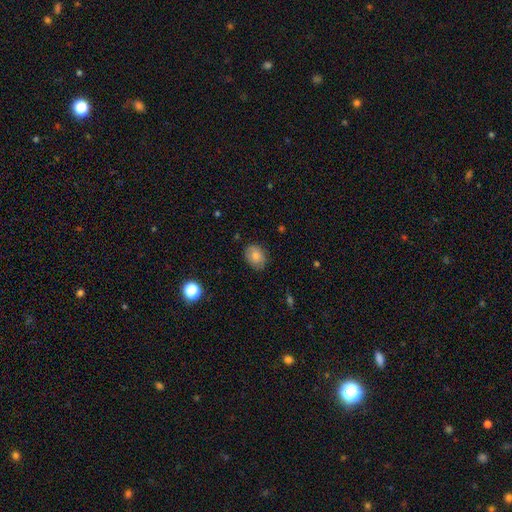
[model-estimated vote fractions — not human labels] This is likely a smooth galaxy (78%). How rounded: possibly in between (55%). Merging: clearly none (82%).